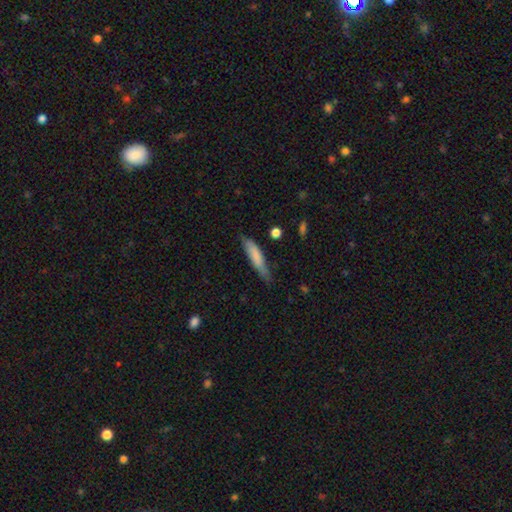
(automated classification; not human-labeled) A smooth galaxy with no disk features (72%) that is cigar-shaped (81%).

Vote fractions:
- Smooth or featured? smooth: 72% / featured or disk: 21% / star or artifact: 6%
- How rounded? cigar-shaped: 81% / in between: 17% / round: 1%
- Merging? none: 67% / minor disturbance: 26% / major disturbance: 5% / merger: 2%